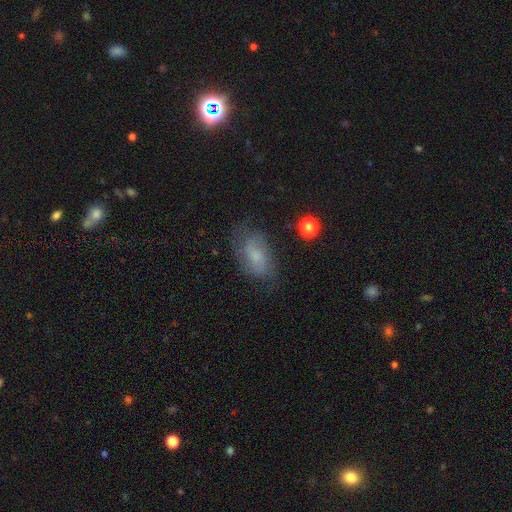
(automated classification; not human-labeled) A smooth galaxy with no disk features (47%). Merging: none (66%).